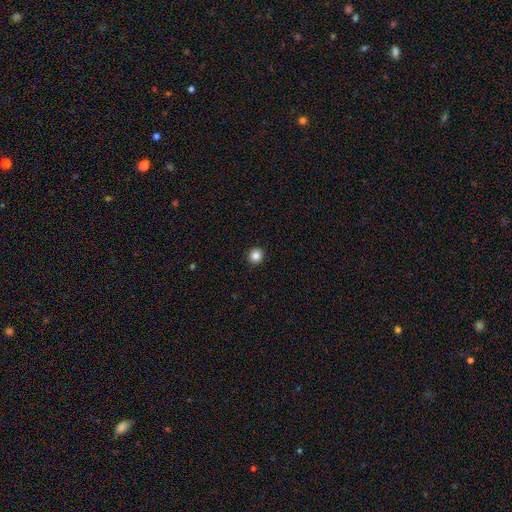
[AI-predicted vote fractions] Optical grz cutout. It shows a smooth galaxy with no disk features (85%) that is round (94%). Merging: none (94%).